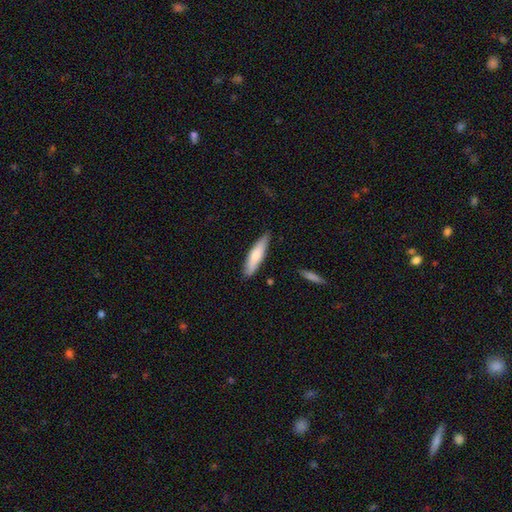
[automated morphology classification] This is likely a smooth galaxy (71%). How rounded: likely cigar-shaped (70%). Merging: clearly none (85%).